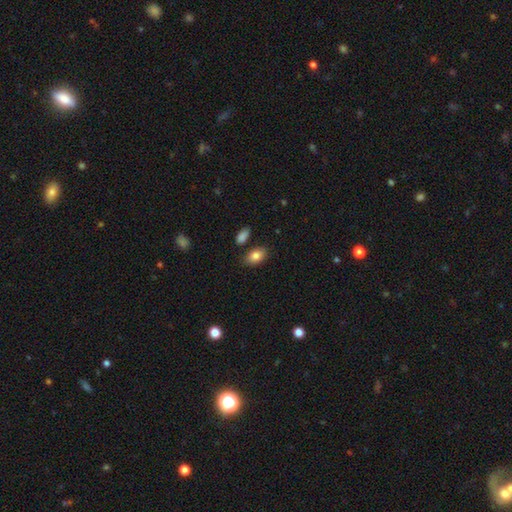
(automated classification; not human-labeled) This is clearly a smooth galaxy (84%). How rounded: clearly in between (90%). Merging: likely none (79%).